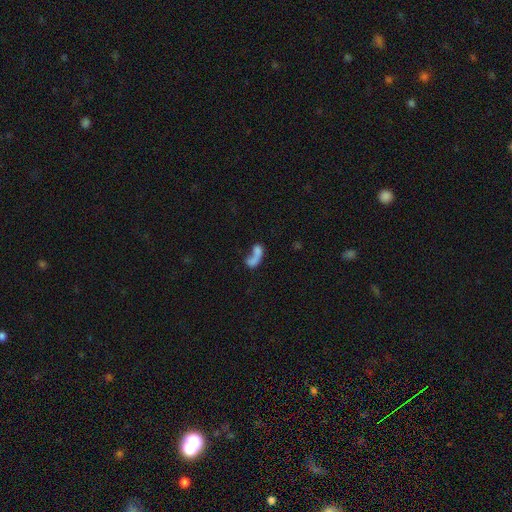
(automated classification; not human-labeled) The model was most divided on "merging": merger: 44%, major disturbance: 23%, none: 23%, minor disturbance: 10%. More confident: how rounded — in between (68%); smooth or featured — smooth (60%).